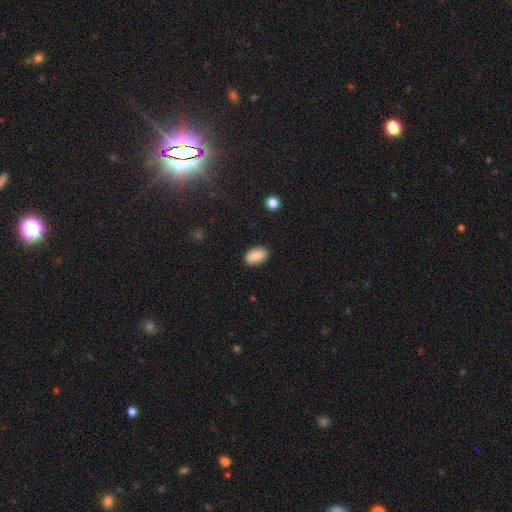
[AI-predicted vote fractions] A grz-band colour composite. It shows a smooth galaxy with no disk features (85%) that is in between round and cigar-shaped (93%). Merging: none (88%).